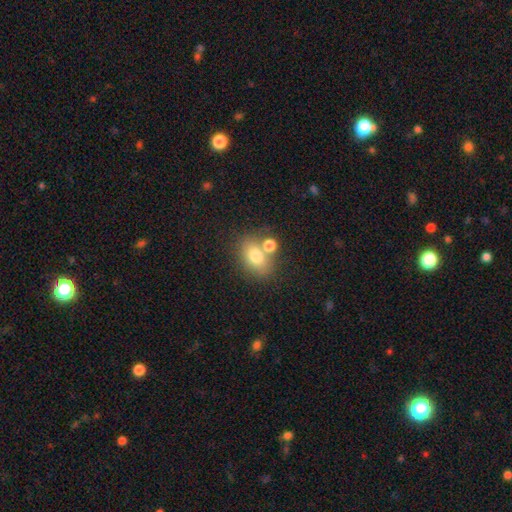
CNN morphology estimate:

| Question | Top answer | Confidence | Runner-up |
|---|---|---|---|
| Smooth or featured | smooth | 75% | featured or disk (14%) |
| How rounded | in between | 69% | round (29%) |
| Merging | none | 53% | merger (30%) |